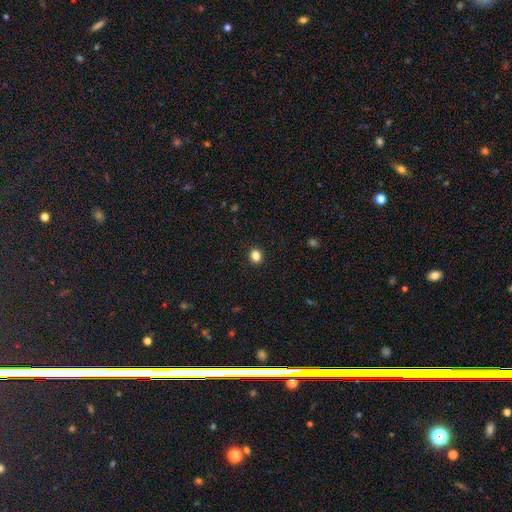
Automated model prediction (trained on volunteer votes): Smooth or featured?
  - smooth: 84% *
  - star or artifact: 12%
  - featured or disk: 4%
How rounded?
  - round: 73% *
  - in between: 26%
  - cigar-shaped: 1%
Merging?
  - none: 92% *
  - minor disturbance: 5%
  - major disturbance: 2%
  - merger: 1%